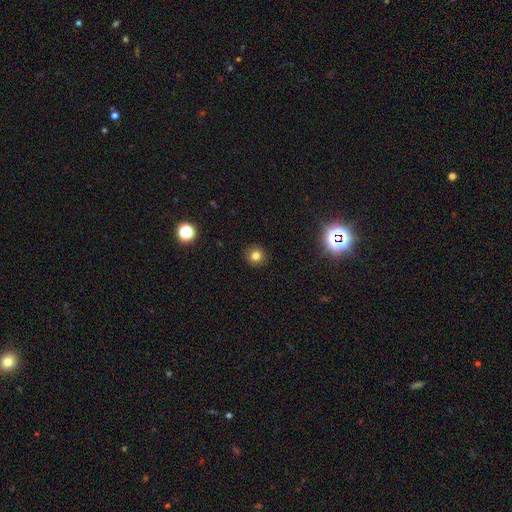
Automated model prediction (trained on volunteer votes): smooth_or_featured: smooth (p=0.79) [alt: star or artifact p=0.14]
how_rounded: round (p=0.91) [alt: in between p=0.08]
merging: none (p=0.91) [alt: minor disturbance p=0.06]